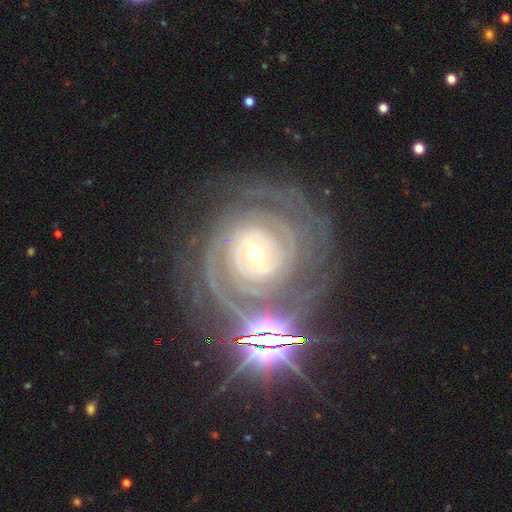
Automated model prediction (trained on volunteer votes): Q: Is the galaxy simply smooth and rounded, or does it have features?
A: featured or disk — 85%.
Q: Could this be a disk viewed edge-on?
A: no — 97%.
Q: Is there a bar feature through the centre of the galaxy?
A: no — 44%.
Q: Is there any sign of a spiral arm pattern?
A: yes — 97%.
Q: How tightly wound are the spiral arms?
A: tight — 80%.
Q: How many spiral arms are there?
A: can't tell — 26%.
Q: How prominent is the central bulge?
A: small — 61%.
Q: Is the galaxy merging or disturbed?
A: none — 72%.